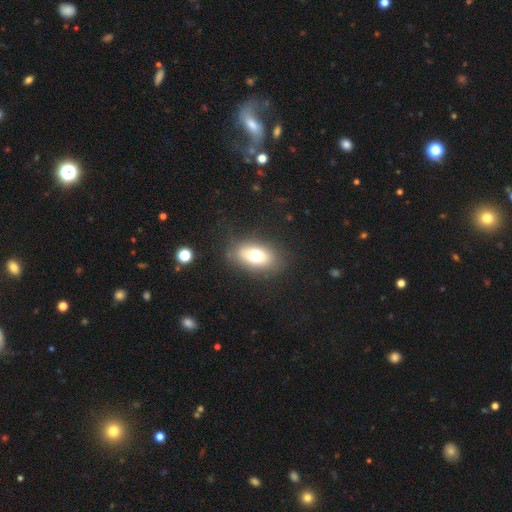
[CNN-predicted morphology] Smooth or featured? smooth (70%)
How rounded? in between (86%)
Merging? none (79%)